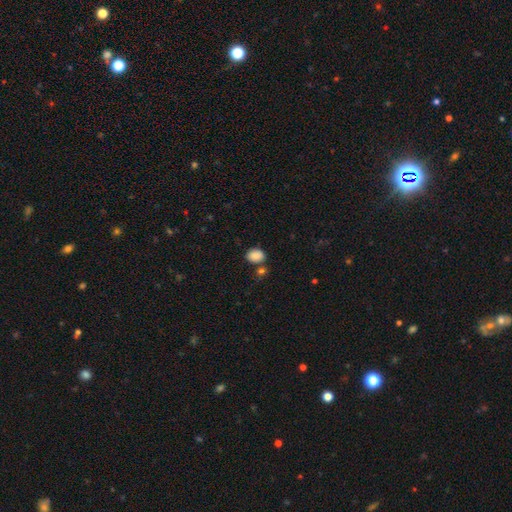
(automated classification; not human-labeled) smooth_or_featured: smooth (p=0.87) [alt: star or artifact p=0.09]
how_rounded: in between (p=0.65) [alt: round p=0.34]
merging: none (p=0.66) [alt: minor disturbance p=0.15]